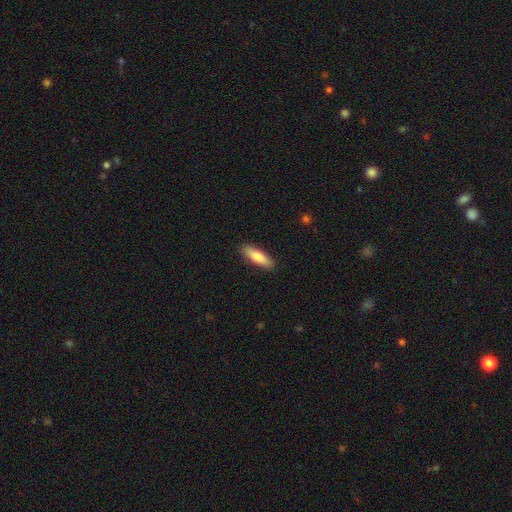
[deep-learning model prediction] A smooth galaxy with no disk features (78%) that is cigar-shaped (61%).

Vote fractions:
- Smooth or featured? smooth: 78% / featured or disk: 17% / star or artifact: 6%
- How rounded? cigar-shaped: 61% / in between: 37% / round: 2%
- Merging? none: 89% / minor disturbance: 8% / major disturbance: 2% / merger: 1%